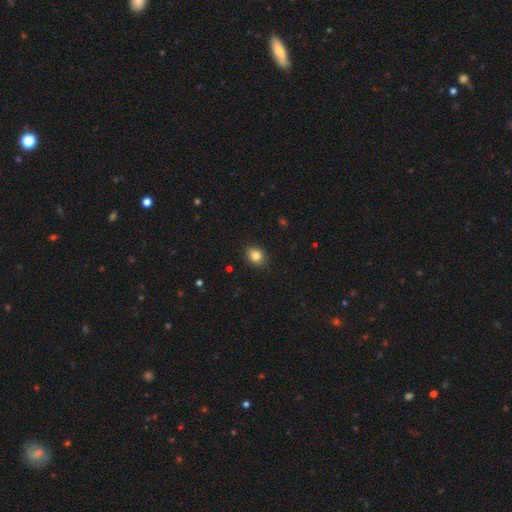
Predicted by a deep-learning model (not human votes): Q: Smooth or featured?
A: smooth (84%); runner-up: star or artifact (10%)
Q: How rounded?
A: round (59%); runner-up: in between (40%)
Q: Merging?
A: none (87%); runner-up: minor disturbance (10%)